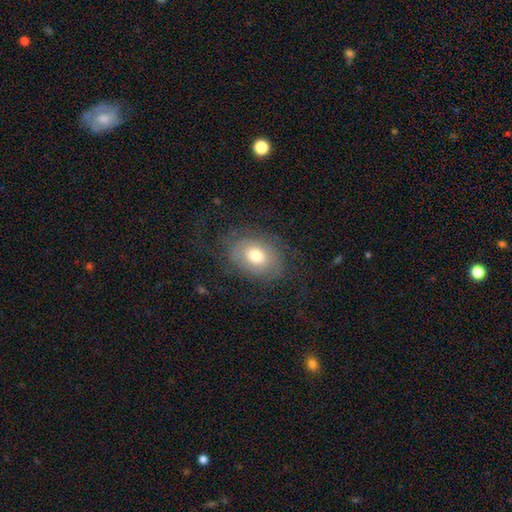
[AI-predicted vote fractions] Smooth or featured? Predicted: smooth (p=0.56). How rounded? Predicted: in between (p=0.73). Merging? Predicted: none (p=0.67).